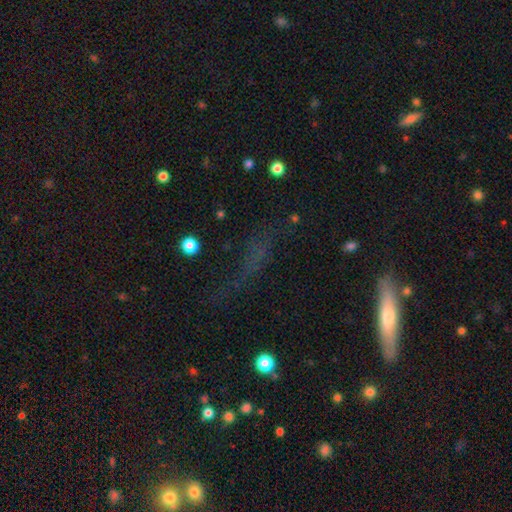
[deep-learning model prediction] Morphology: type=smooth (37%); merging=none (58%).